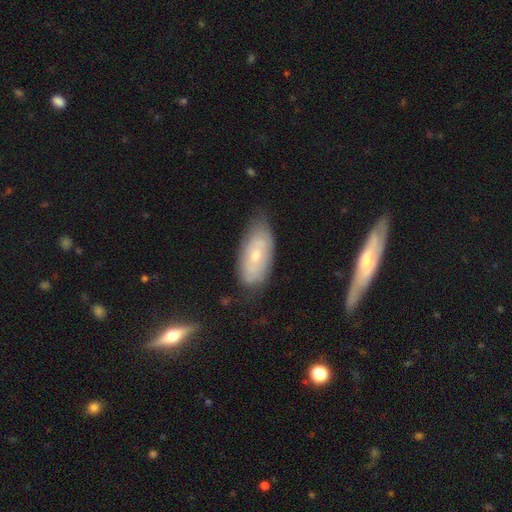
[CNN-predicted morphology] This is possibly a smooth galaxy (48%). Merging: likely none (68%).